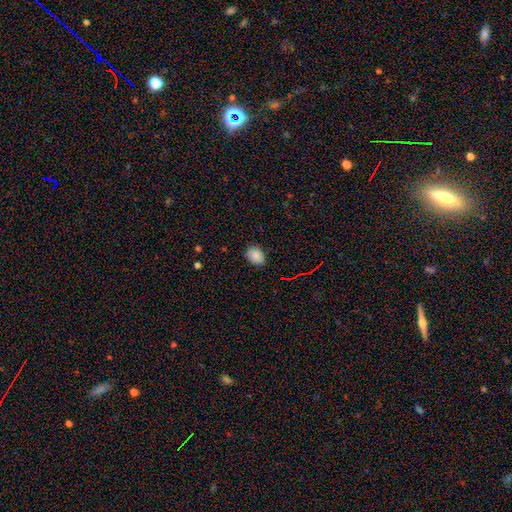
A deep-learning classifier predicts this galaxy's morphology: Overall: smooth (85%). How rounded: in between (70%). Merging: none (86%).